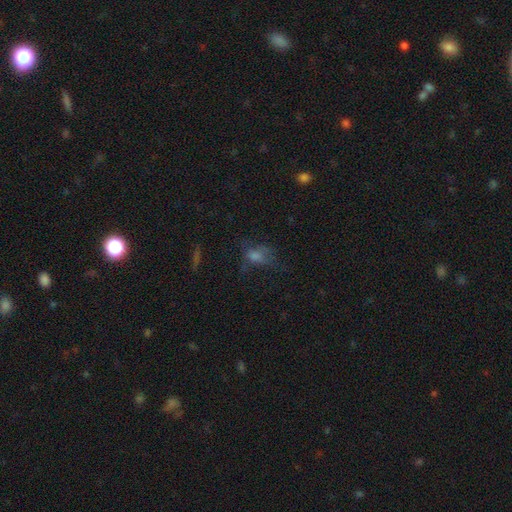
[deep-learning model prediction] This appears to be a smooth galaxy with no disk features (50%) that is in between round and cigar-shaped (69%). Merging: none (42%).